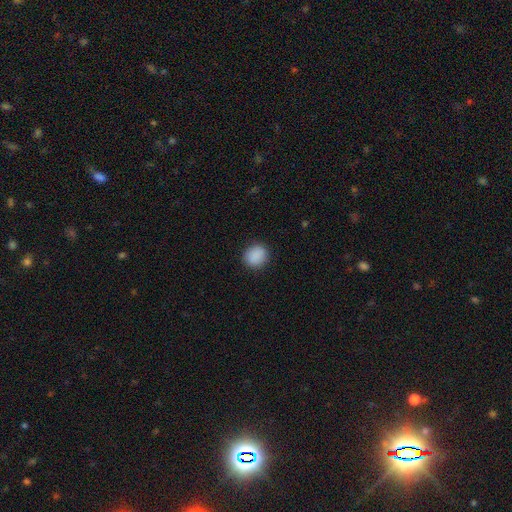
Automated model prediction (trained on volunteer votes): This appears to be a smooth galaxy with no disk features (89%) that is round (75%). Merging: none (88%).